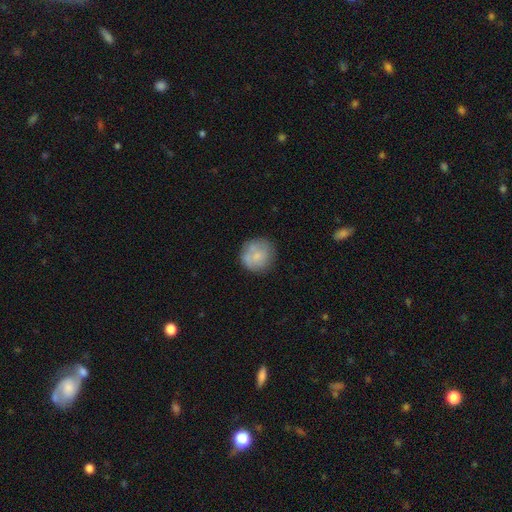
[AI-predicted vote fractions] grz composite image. It shows a smooth galaxy with no disk features (66%) that is round (91%). Merging: none (70%).